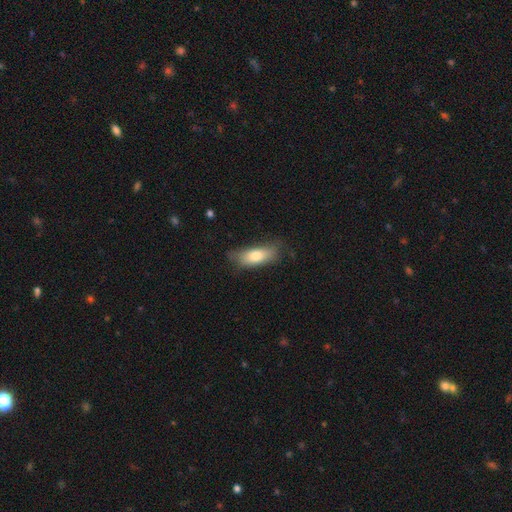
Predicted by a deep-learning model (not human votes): Smooth or featured? Predicted: smooth (p=0.75). How rounded? Predicted: in between (p=0.70). Merging? Predicted: none (p=0.65).